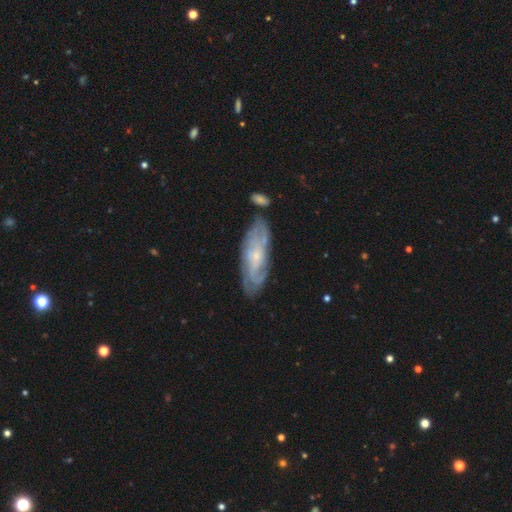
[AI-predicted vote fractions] Smooth or featured? Predicted: featured or disk (p=0.75). Edge-on disk? Predicted: no (p=0.85). Bar? Predicted: no (p=0.66). Spiral arms? Predicted: yes (p=0.91). Spiral winding? Predicted: tight (p=0.59). Spiral arm count? Predicted: can't tell (p=0.48). Bulge size? Predicted: small (p=0.72). Merging? Predicted: none (p=0.70).